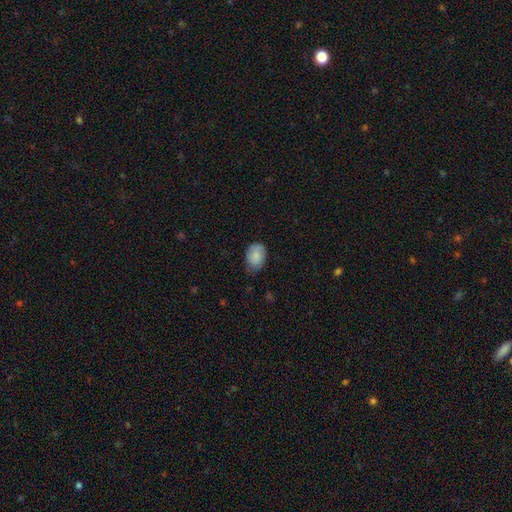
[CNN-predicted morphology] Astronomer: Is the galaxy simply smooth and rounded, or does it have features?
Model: smooth — 83%.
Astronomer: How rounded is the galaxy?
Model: in between — 77%.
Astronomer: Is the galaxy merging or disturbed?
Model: none — 62%.